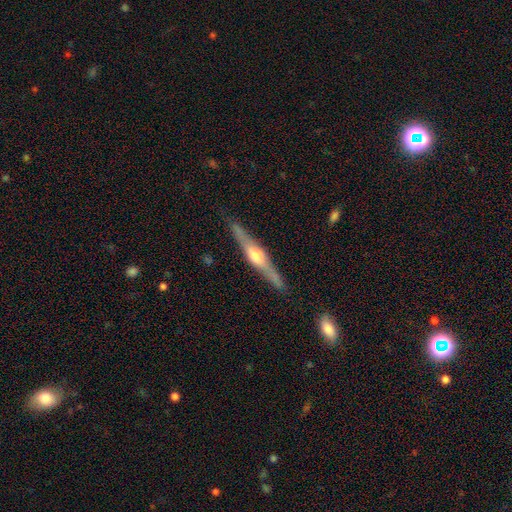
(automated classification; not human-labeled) smooth_or_featured: featured or disk (p=0.77) [alt: smooth p=0.18]
disk_edge_on: yes (p=0.98) [alt: no p=0.02]
edge_on_bulge: rounded (p=0.87) [alt: boxy p=0.09]
merging: none (p=0.89) [alt: minor disturbance p=0.08]